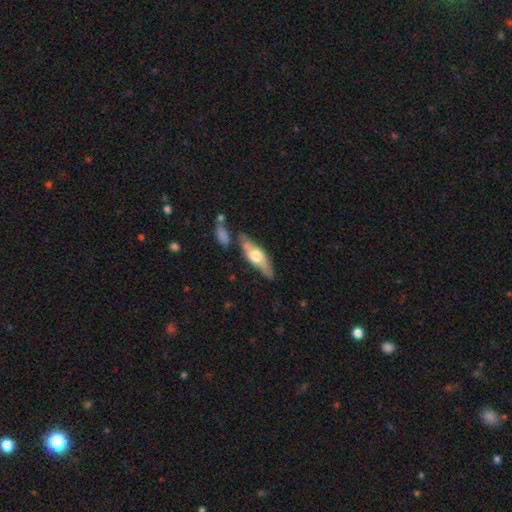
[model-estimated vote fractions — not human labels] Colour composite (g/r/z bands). It shows a featured or disk galaxy (52%) viewed edge-on (77%). Merging: none (65%).